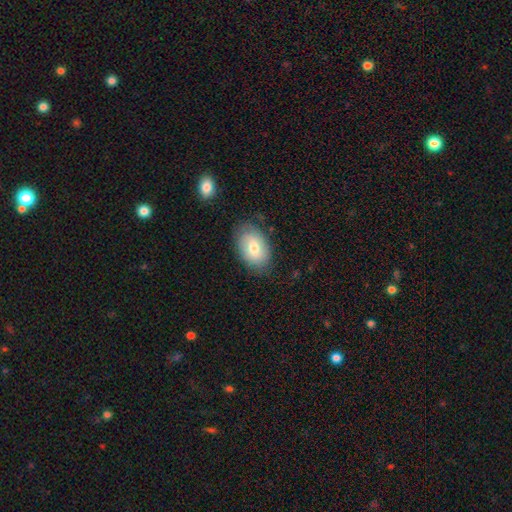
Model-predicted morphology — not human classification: Smooth or featured: smooth — 66% (featured or disk — 18%)
How rounded: in between — 85% (round — 14%)
Merging: none — 85% (minor disturbance — 11%)